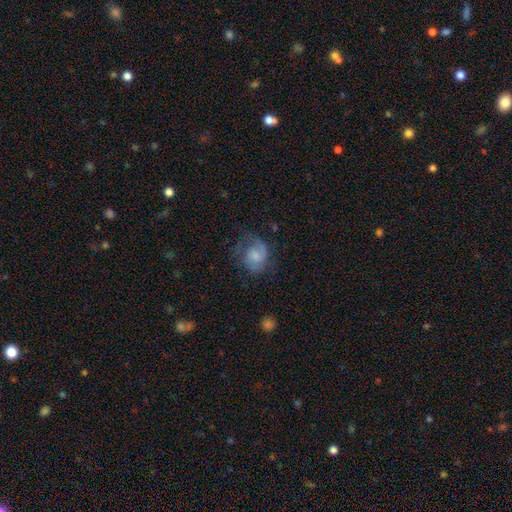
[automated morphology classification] A featured or disk galaxy (50%). Merging: none (47%).